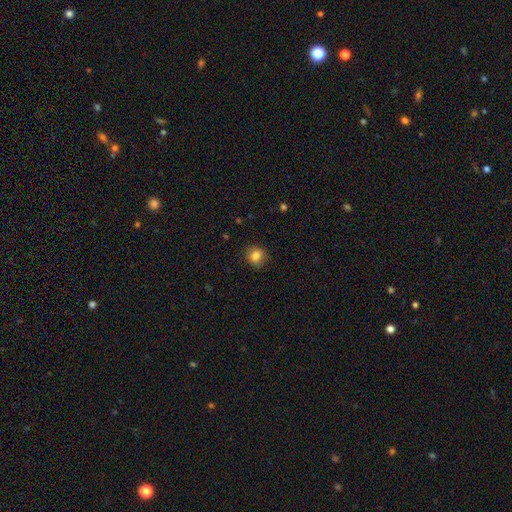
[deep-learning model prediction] Smooth or featured?
  - smooth: 84% *
  - star or artifact: 10%
  - featured or disk: 6%
How rounded?
  - round: 86% *
  - in between: 13%
  - cigar-shaped: 1%
Merging?
  - none: 87% *
  - minor disturbance: 10%
  - major disturbance: 3%
  - merger: 1%